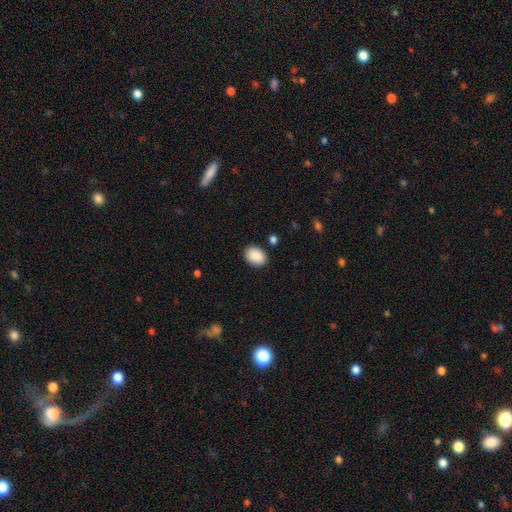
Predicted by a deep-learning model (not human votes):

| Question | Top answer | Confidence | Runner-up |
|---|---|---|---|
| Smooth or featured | smooth | 89% | star or artifact (7%) |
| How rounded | in between | 73% | round (26%) |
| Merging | none | 87% | minor disturbance (9%) |